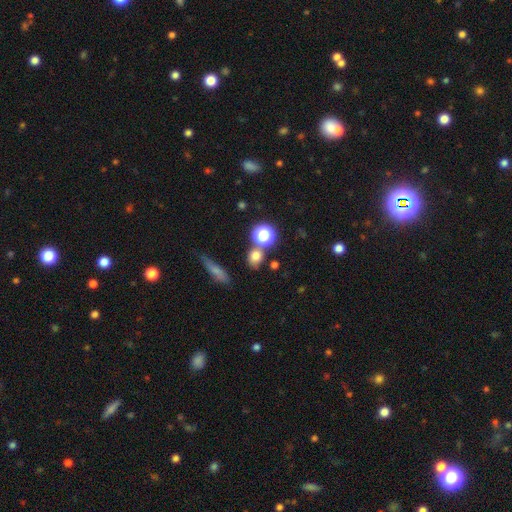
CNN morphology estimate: smooth_or_featured: smooth (p=0.72) [alt: star or artifact p=0.20]
how_rounded: round (p=0.73) [alt: in between p=0.24]
merging: none (p=0.71) [alt: merger p=0.15]